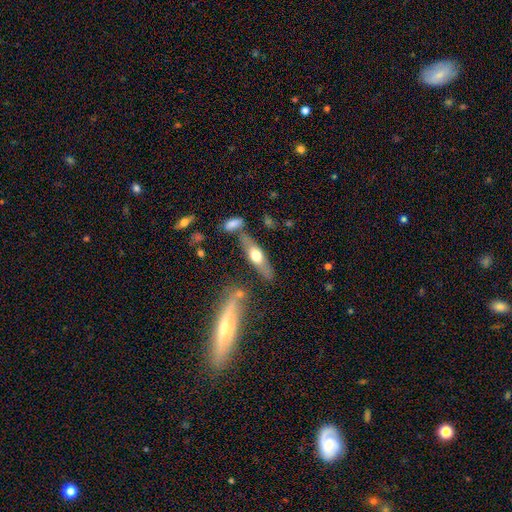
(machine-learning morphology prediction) Q: Smooth or featured?
A: smooth (49%); runner-up: featured or disk (45%)
Q: Merging?
A: none (71%); runner-up: minor disturbance (14%)